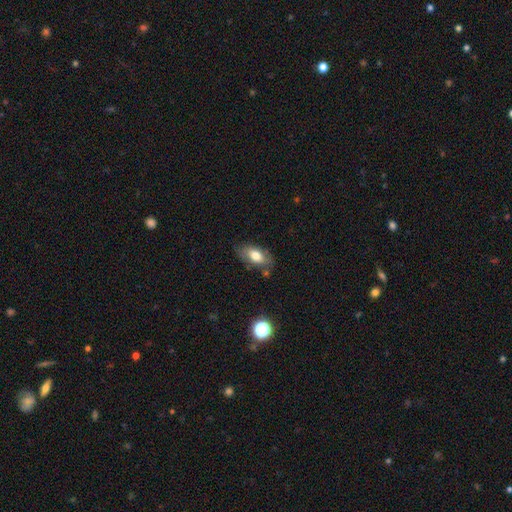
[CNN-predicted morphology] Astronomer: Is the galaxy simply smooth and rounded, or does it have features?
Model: smooth — 72%.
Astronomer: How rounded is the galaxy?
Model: in between — 88%.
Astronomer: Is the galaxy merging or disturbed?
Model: none — 73%.